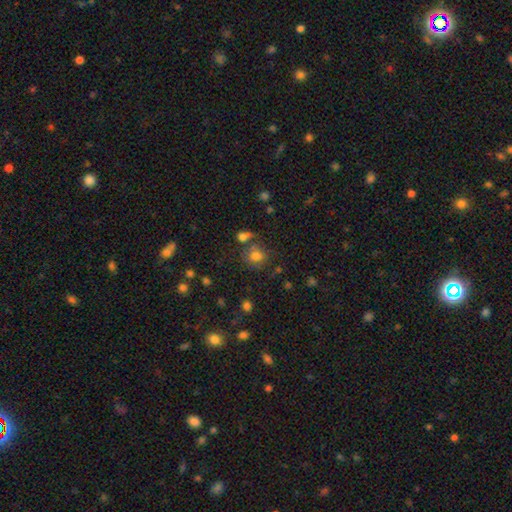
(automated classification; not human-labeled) Smooth or featured?
  - smooth: 72% *
  - star or artifact: 16%
  - featured or disk: 12%
How rounded?
  - round: 69% *
  - in between: 30%
  - cigar-shaped: 1%
Merging?
  - none: 59% *
  - merger: 17%
  - minor disturbance: 16%
  - major disturbance: 8%